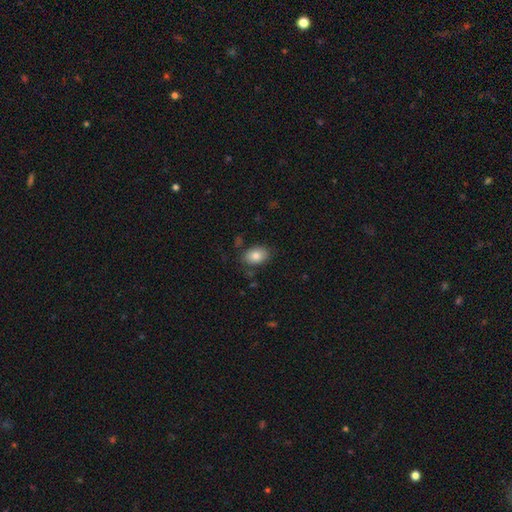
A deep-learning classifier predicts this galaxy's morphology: Q: Smooth or featured?
A: smooth (83%); runner-up: featured or disk (9%)
Q: How rounded?
A: in between (82%); runner-up: round (17%)
Q: Merging?
A: none (80%); runner-up: minor disturbance (14%)